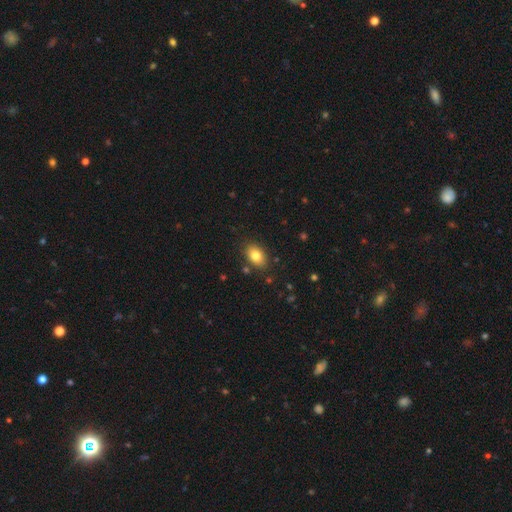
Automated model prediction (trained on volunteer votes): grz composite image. It shows a smooth galaxy with no disk features (81%) that is in between round and cigar-shaped (85%). Merging: none (85%).